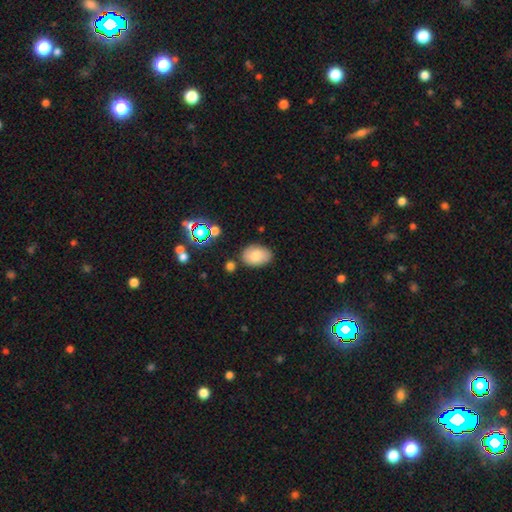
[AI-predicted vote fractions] Overall: smooth (80%). How rounded: in between (85%). Merging: none (78%).